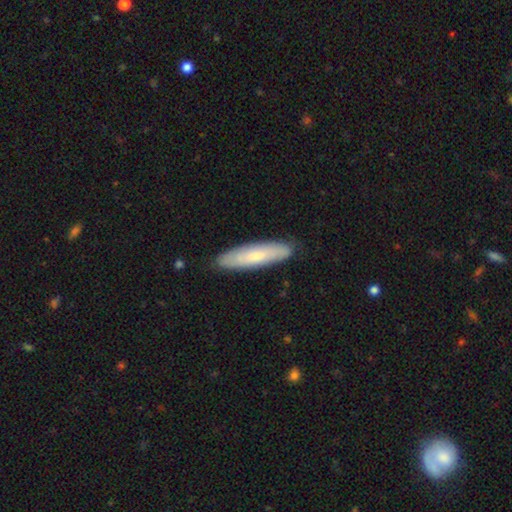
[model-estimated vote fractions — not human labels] Smooth or featured? smooth (65%)
How rounded? cigar-shaped (72%)
Merging? none (87%)